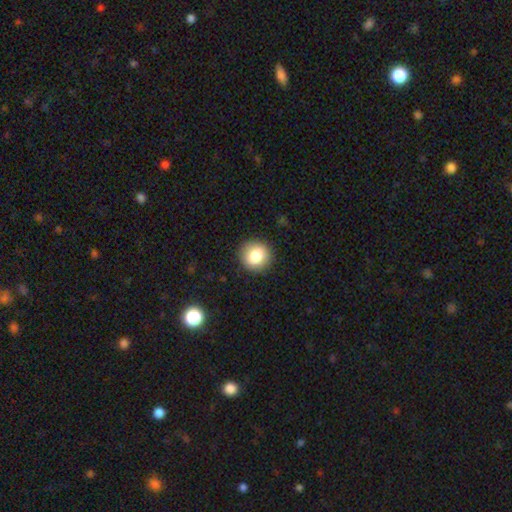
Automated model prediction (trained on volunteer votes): Smooth or featured?
  - smooth: 83% *
  - star or artifact: 9%
  - featured or disk: 8%
How rounded?
  - round: 93% *
  - in between: 7%
  - cigar-shaped: 1%
Merging?
  - none: 91% *
  - minor disturbance: 6%
  - major disturbance: 2%
  - merger: 1%